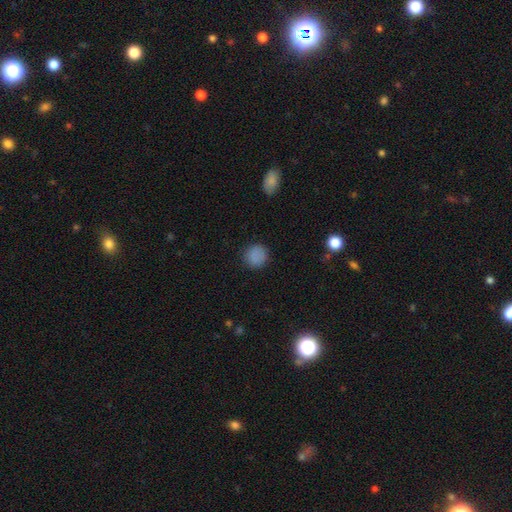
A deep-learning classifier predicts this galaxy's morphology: smooth 85%, star or artifact 11%, featured or disk 4%. Down the decision tree: how rounded — round (90%); merging — none (88%).